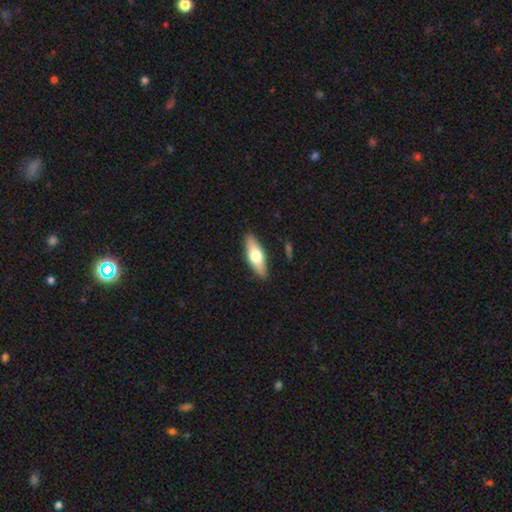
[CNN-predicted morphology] smooth 60%, featured or disk 35%, star or artifact 5%. Down the decision tree: how rounded — in between (58%); merging — none (89%).